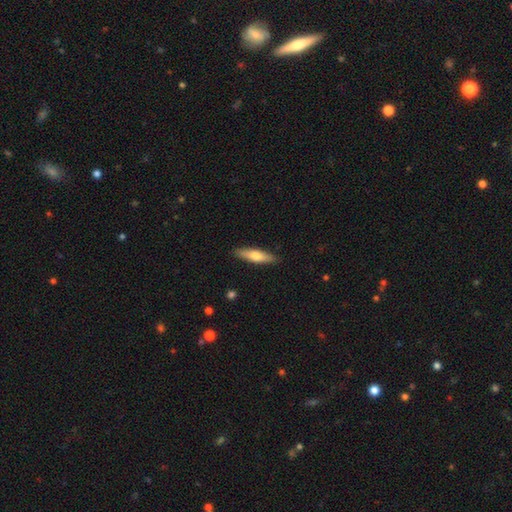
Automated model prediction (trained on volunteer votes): A smooth galaxy with no disk features (63%) that is cigar-shaped (72%).

Vote fractions:
- Smooth or featured? smooth: 63% / featured or disk: 31% / star or artifact: 6%
- How rounded? cigar-shaped: 72% / in between: 27% / round: 2%
- Merging? none: 88% / minor disturbance: 9% / major disturbance: 2% / merger: 1%